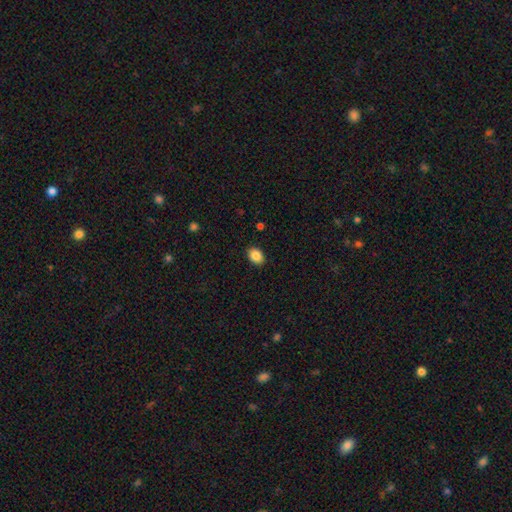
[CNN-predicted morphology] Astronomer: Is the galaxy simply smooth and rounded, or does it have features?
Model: smooth — 87%.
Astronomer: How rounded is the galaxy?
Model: in between — 75%.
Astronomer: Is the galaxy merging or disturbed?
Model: none — 89%.